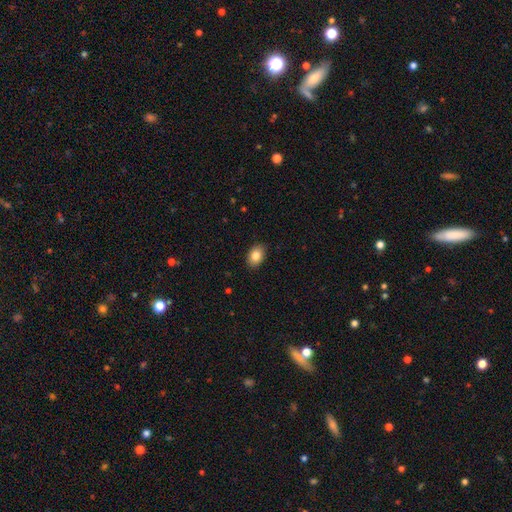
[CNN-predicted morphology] The model was most divided on "how rounded": in between: 81%, round: 18%, cigar-shaped: 1%. More confident: merging — none (89%); smooth or featured — smooth (84%).